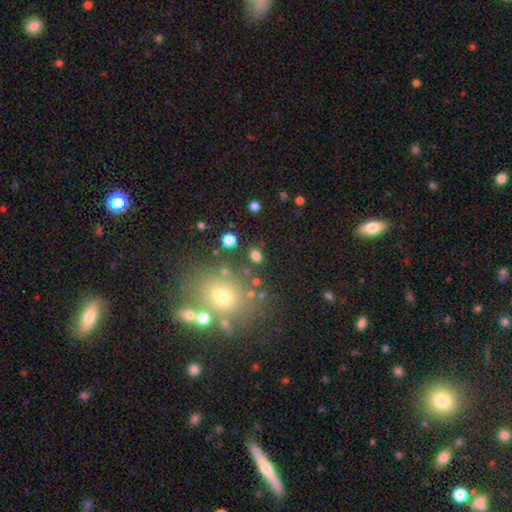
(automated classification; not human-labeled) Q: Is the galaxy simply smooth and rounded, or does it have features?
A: smooth — 75%.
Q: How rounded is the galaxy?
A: in between — 64%.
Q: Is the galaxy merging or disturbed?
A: none — 80%.